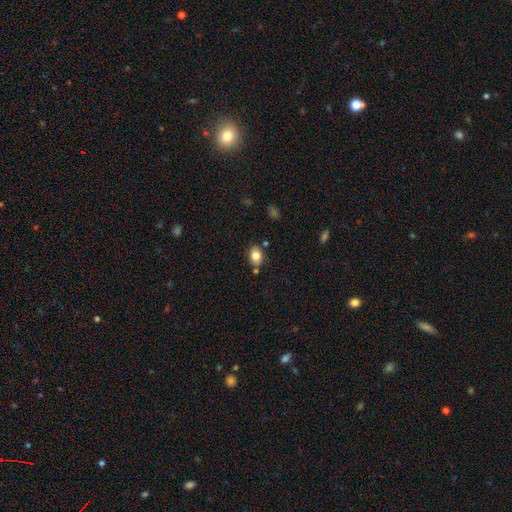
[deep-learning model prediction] A smooth galaxy with no disk features (79%) that is in between round and cigar-shaped (74%).

Vote fractions:
- Smooth or featured? smooth: 79% / featured or disk: 11% / star or artifact: 9%
- How rounded? in between: 74% / round: 25% / cigar-shaped: 1%
- Merging? none: 77% / minor disturbance: 13% / merger: 7% / major disturbance: 3%